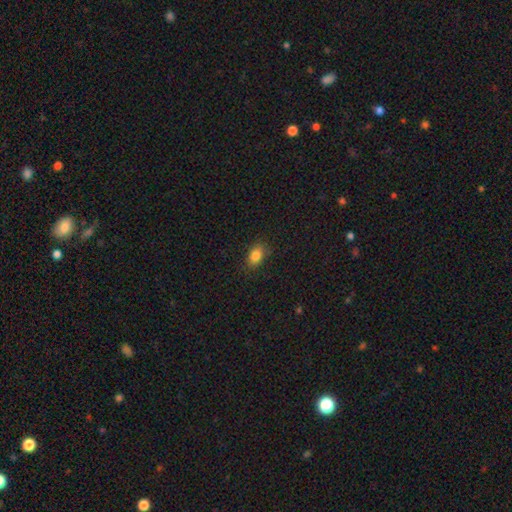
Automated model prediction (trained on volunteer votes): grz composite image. It shows a smooth galaxy with no disk features (84%) that is in between round and cigar-shaped (74%). Merging: none (83%).